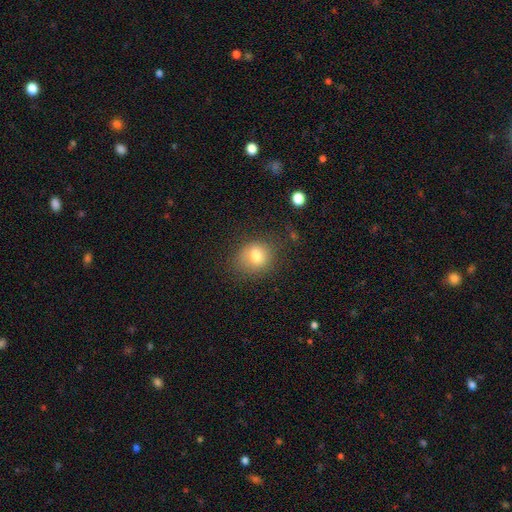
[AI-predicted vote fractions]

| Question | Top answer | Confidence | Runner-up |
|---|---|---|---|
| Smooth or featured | smooth | 76% | featured or disk (12%) |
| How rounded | round | 71% | in between (28%) |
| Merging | none | 74% | minor disturbance (17%) |